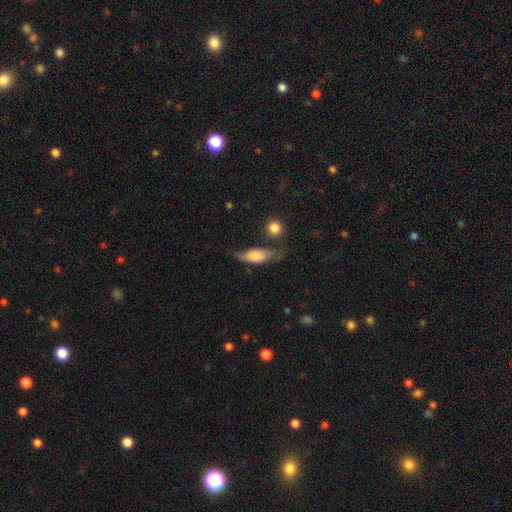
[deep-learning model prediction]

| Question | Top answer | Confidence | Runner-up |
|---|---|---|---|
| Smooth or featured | smooth | 60% | featured or disk (32%) |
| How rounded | in between | 71% | cigar-shaped (24%) |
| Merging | none | 46% | minor disturbance (31%) |